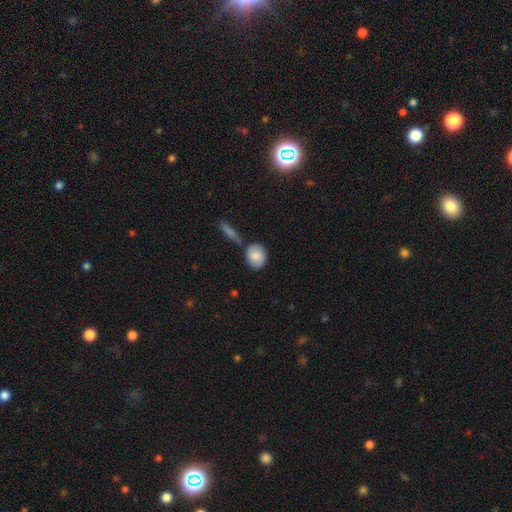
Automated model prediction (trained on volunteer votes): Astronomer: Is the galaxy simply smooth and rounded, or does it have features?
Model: smooth — 80%.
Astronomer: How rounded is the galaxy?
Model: in between — 49%, tied with round at 49%.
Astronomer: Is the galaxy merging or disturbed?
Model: none — 65%.